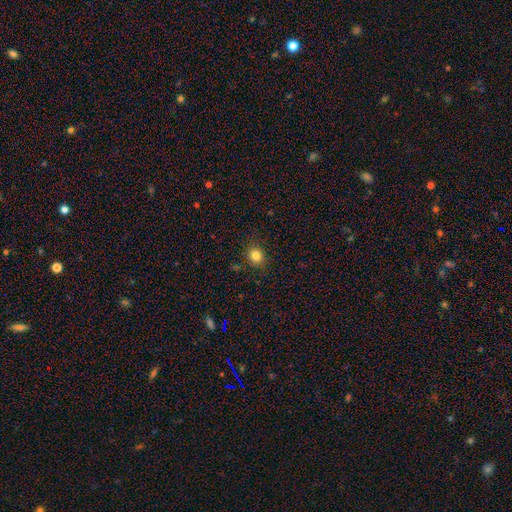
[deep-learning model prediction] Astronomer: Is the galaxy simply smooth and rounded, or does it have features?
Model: smooth — 83%.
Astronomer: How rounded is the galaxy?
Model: round — 73%.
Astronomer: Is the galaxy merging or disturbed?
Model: none — 87%.